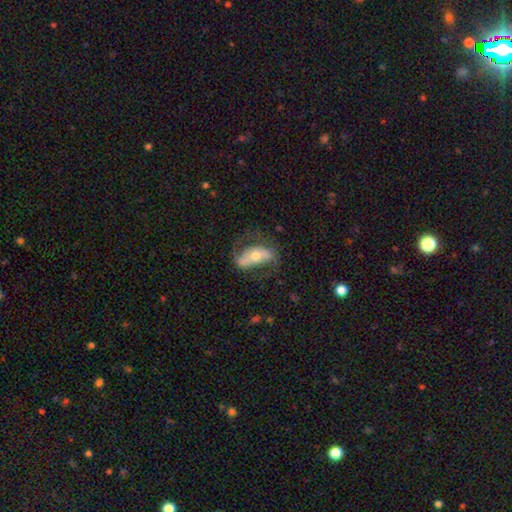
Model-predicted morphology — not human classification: A featured or disk galaxy (60%) with no bar (39%), spiral arms (73%) and a moderate central bulge (58%). Merging: none (60%).